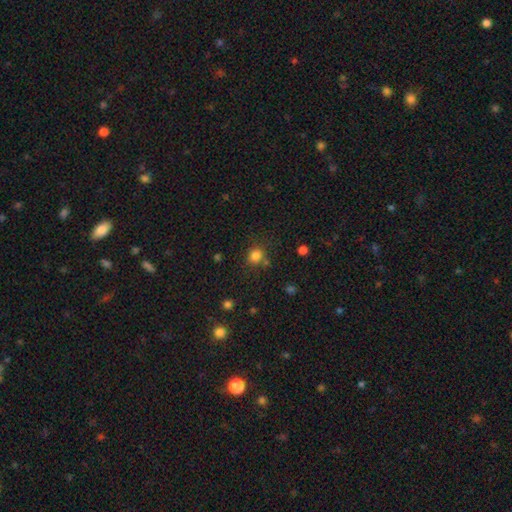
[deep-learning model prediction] A smooth galaxy with no disk features (81%) that is round (82%). Merging: none (74%).